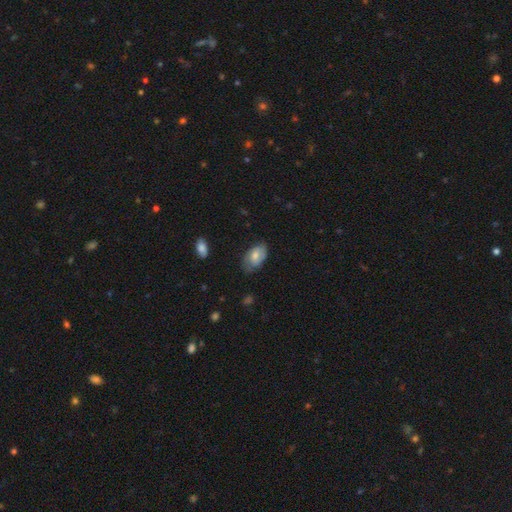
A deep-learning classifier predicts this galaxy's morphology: Smooth or featured: smooth — 68% (featured or disk — 25%)
How rounded: in between — 92% (round — 7%)
Merging: none — 60% (minor disturbance — 32%)